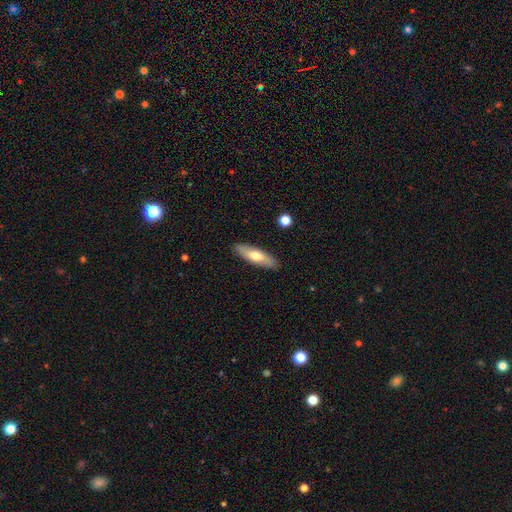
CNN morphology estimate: This is possibly a smooth galaxy (60%). How rounded: possibly cigar-shaped (51%). Merging: clearly none (88%).